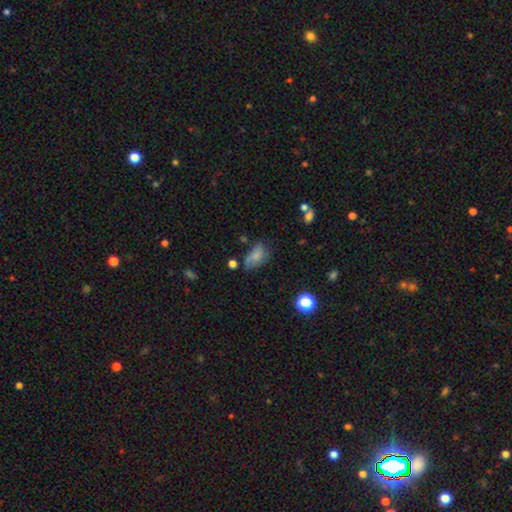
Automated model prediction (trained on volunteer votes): smooth-or-featured: smooth: 76% | featured or disk: 13% | star or artifact: 11%
  how-rounded: in between: 88% | round: 9% | cigar-shaped: 3%
  merging: none: 44% | minor disturbance: 34% | major disturbance: 15% | merger: 7%